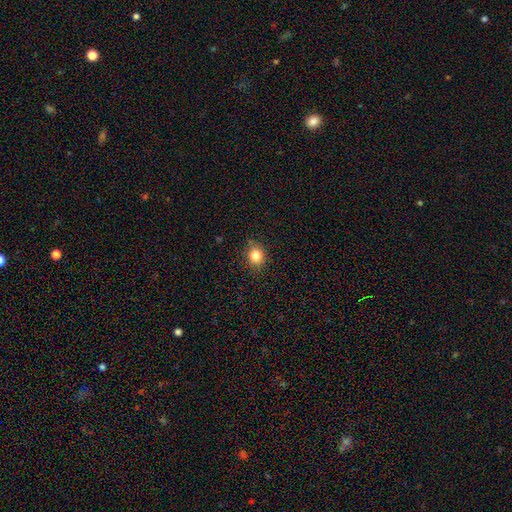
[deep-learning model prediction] A smooth galaxy with no disk features (83%) that is round (76%).

Vote fractions:
- Smooth or featured? smooth: 83% / star or artifact: 11% / featured or disk: 6%
- How rounded? round: 76% / in between: 23% / cigar-shaped: 1%
- Merging? none: 84% / minor disturbance: 12% / major disturbance: 3% / merger: 2%